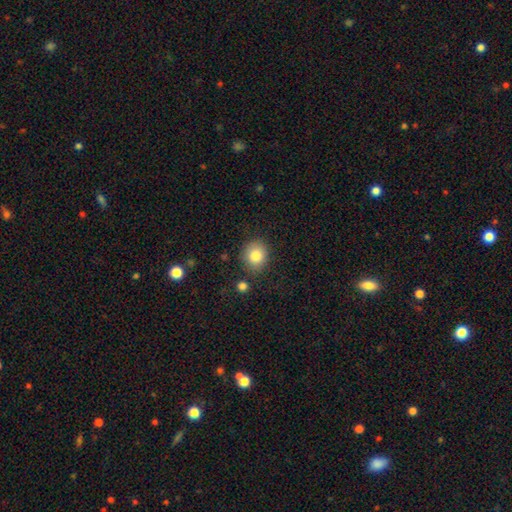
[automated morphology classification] This appears to be a smooth galaxy with no disk features (83%) that is round (73%). Merging: none (84%).